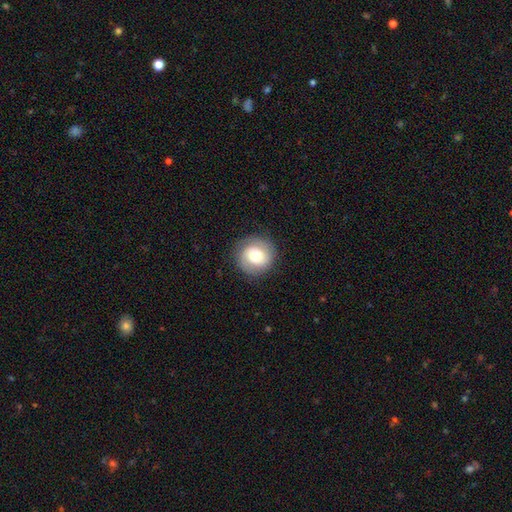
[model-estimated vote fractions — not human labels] Q: Smooth or featured?
A: smooth (53%); runner-up: featured or disk (38%)
Q: How rounded?
A: round (92%); runner-up: in between (7%)
Q: Merging?
A: none (85%); runner-up: minor disturbance (10%)